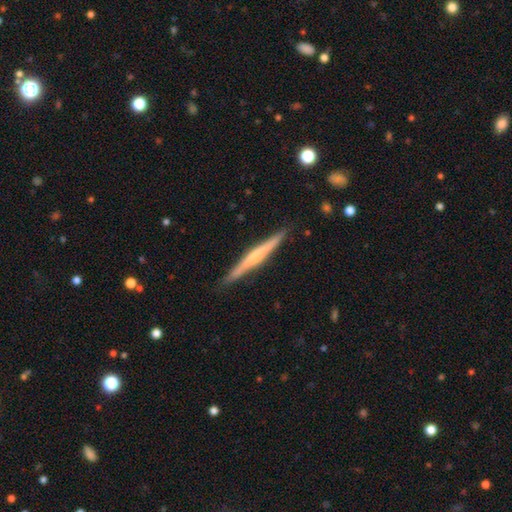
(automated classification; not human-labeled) featured or disk 64%, smooth 30%, star or artifact 5%. Down the decision tree: edge-on disk — yes (98%); edge-on bulge — rounded (53%); merging — none (90%).